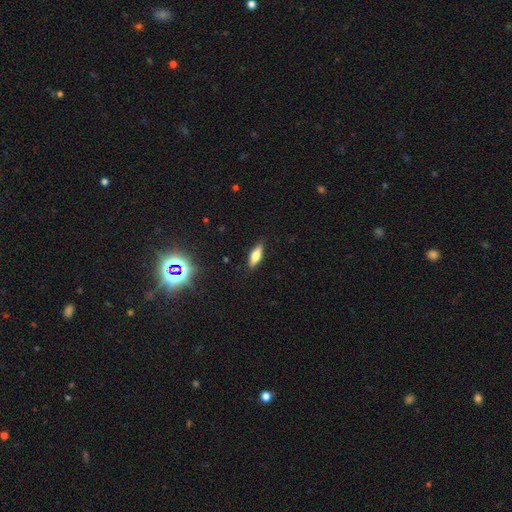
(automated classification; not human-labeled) A smooth galaxy with no disk features (61%) that is in between round and cigar-shaped (64%).

Vote fractions:
- Smooth or featured? smooth: 61% / featured or disk: 29% / star or artifact: 10%
- How rounded? in between: 64% / cigar-shaped: 33% / round: 3%
- Merging? none: 87% / minor disturbance: 10% / major disturbance: 2% / merger: 1%